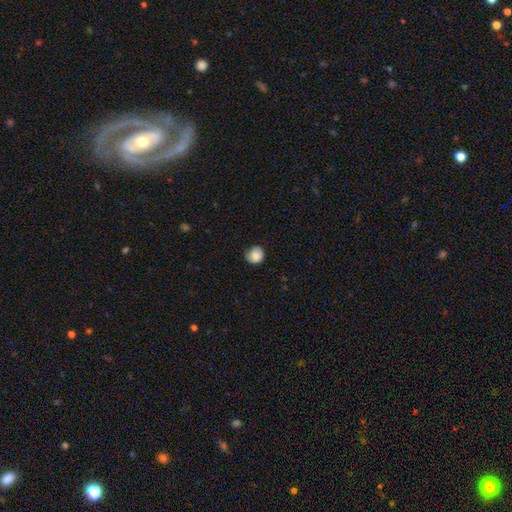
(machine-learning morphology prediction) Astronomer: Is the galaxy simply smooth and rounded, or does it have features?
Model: smooth — 84%.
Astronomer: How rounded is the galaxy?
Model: round — 87%.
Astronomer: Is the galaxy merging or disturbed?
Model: none — 73%.